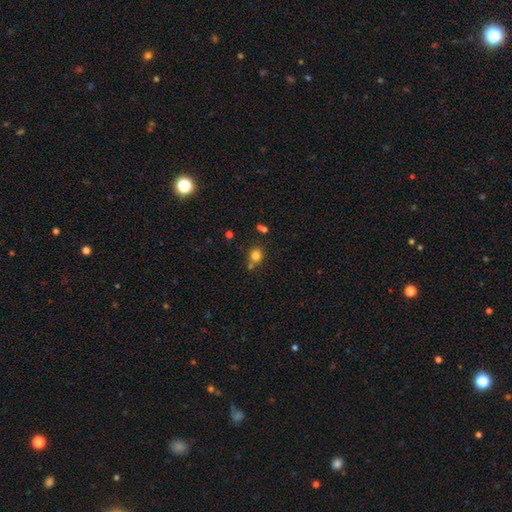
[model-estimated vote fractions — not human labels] A smooth galaxy with no disk features (80%) that is round (79%).

Vote fractions:
- Smooth or featured? smooth: 80% / star or artifact: 13% / featured or disk: 6%
- How rounded? round: 79% / in between: 20% / cigar-shaped: 1%
- Merging? none: 69% / merger: 16% / minor disturbance: 11% / major disturbance: 4%